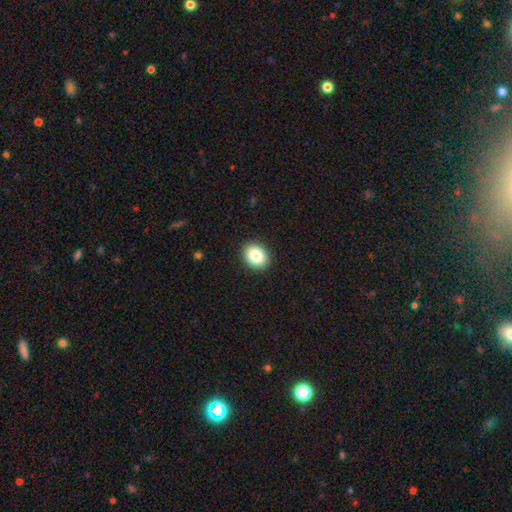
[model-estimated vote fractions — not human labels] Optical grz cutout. It shows a smooth galaxy with no disk features (84%) that is in between round and cigar-shaped (53%). Merging: none (91%).